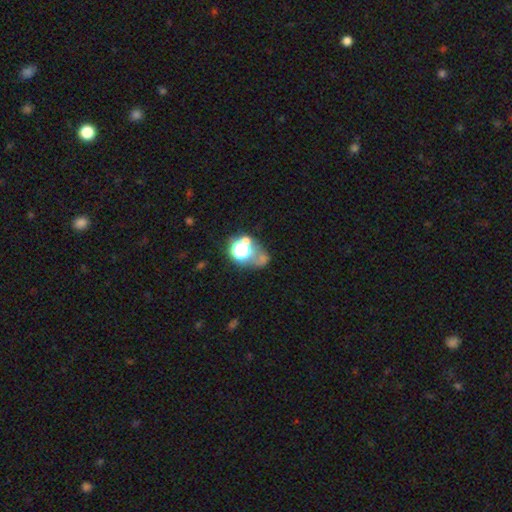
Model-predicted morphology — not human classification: Overall: star or artifact (52%; smooth 34%).